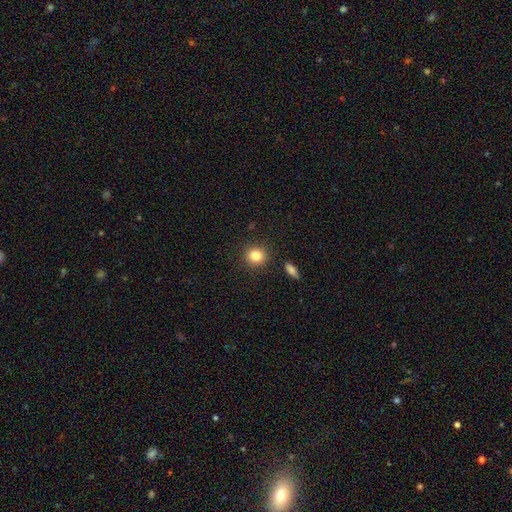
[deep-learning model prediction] smooth-or-featured: smooth: 84% | star or artifact: 10% | featured or disk: 6%
  how-rounded: round: 85% | in between: 14% | cigar-shaped: 1%
  merging: none: 88% | minor disturbance: 7% | merger: 3% | major disturbance: 2%